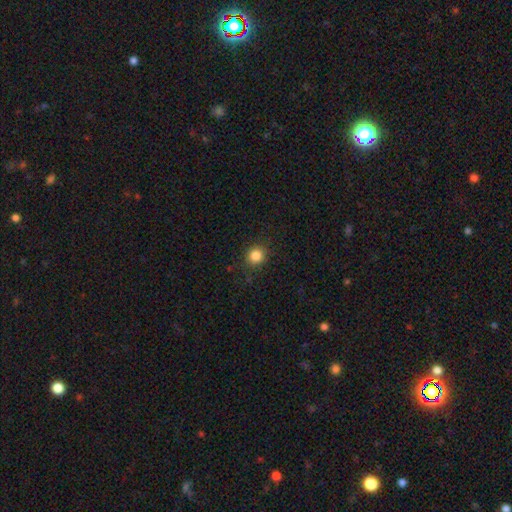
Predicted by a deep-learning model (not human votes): Smooth or featured?
  - smooth: 84% *
  - star or artifact: 11%
  - featured or disk: 4%
How rounded?
  - round: 90% *
  - in between: 9%
  - cigar-shaped: 1%
Merging?
  - none: 89% *
  - minor disturbance: 7%
  - major disturbance: 3%
  - merger: 1%